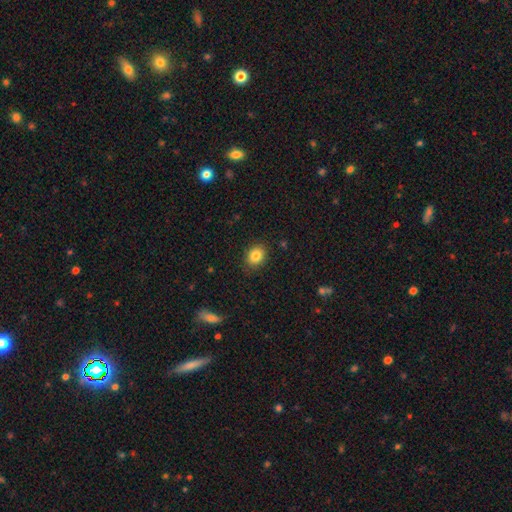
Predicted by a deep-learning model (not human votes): This appears to be a smooth galaxy with no disk features (84%) that is round (54%). Merging: none (88%).